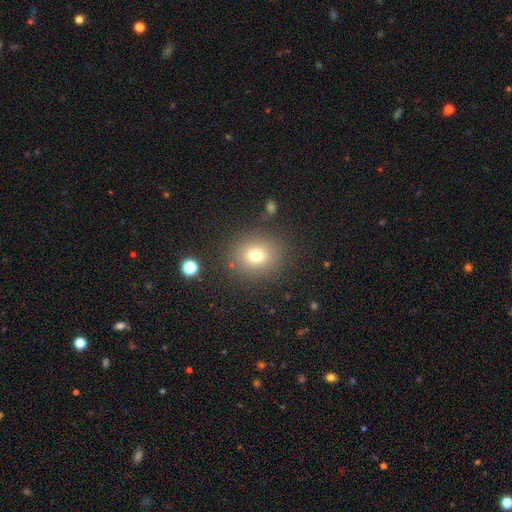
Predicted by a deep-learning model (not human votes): Overall: smooth (73%). How rounded: round (76%). Merging: none (84%).